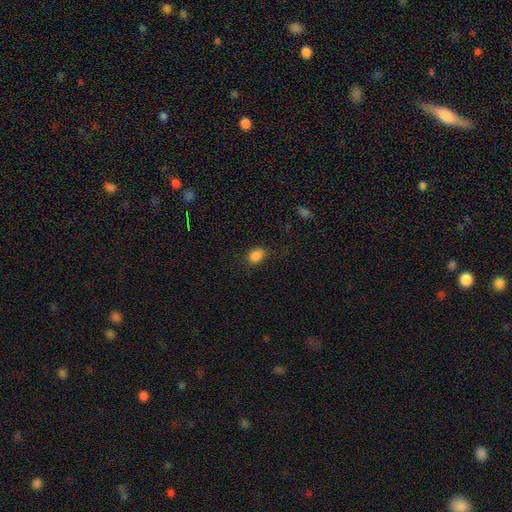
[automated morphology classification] Overall: smooth (85%). How rounded: in between (72%). Merging: none (74%).